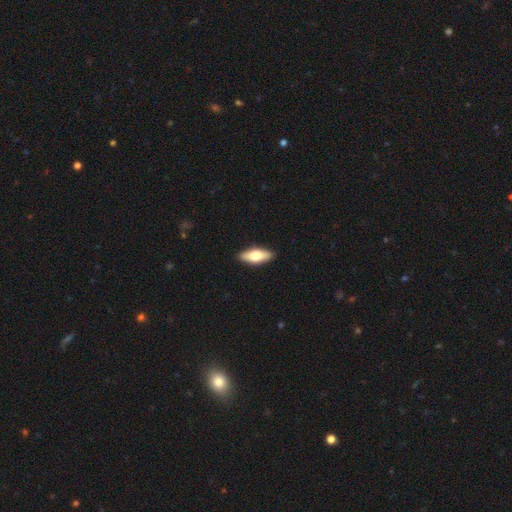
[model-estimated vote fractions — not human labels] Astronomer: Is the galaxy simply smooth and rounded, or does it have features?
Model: smooth — 63%.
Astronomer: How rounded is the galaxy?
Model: in between — 70%.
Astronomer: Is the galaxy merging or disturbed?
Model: none — 89%.